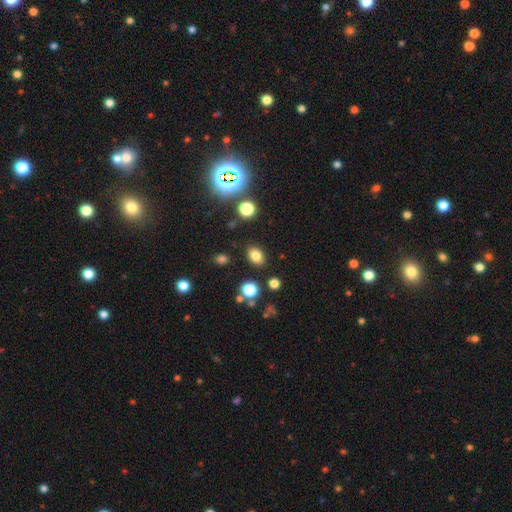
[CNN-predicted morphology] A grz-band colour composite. It shows a smooth galaxy with no disk features (80%) that is in between round and cigar-shaped (70%). Merging: none (85%).